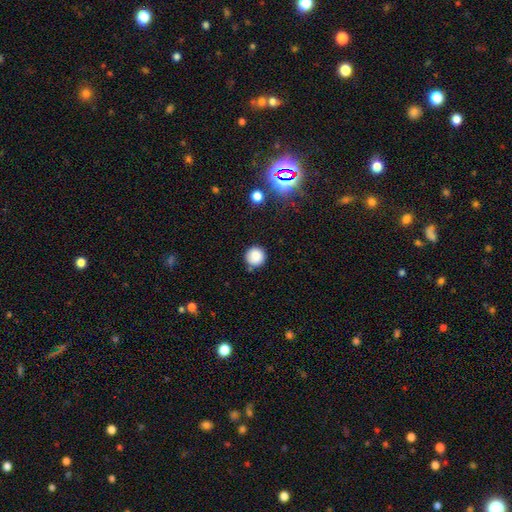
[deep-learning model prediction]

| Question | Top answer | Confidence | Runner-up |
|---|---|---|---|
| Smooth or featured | smooth | 85% | star or artifact (10%) |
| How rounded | round | 96% | in between (3%) |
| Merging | none | 84% | minor disturbance (10%) |